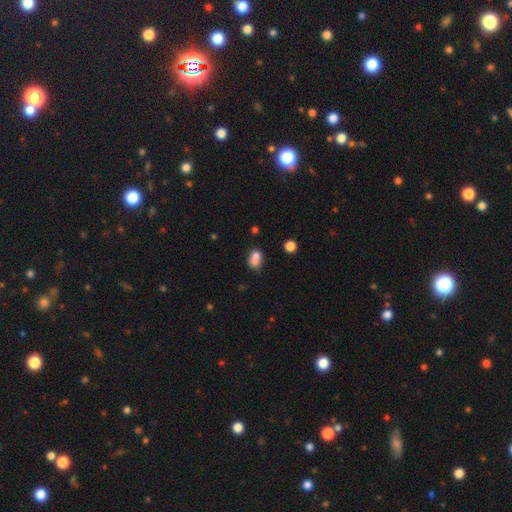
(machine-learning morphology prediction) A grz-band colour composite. It shows a smooth galaxy with no disk features (79%) that is in between round and cigar-shaped (73%). Merging: none (44%).